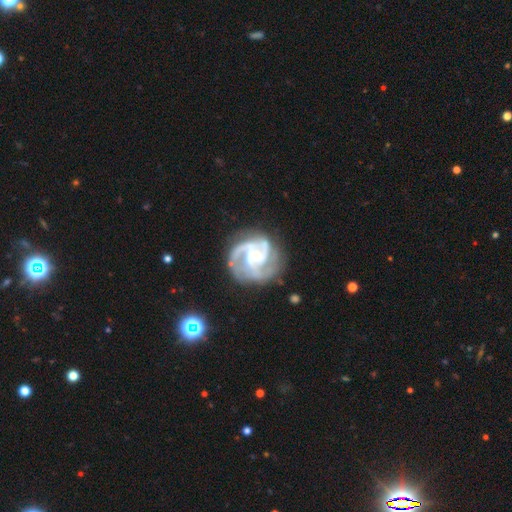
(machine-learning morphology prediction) Overall: featured or disk (88%). Edge-on disk: no (98%). Bar: no (56%; weak 33%). Spiral arms: yes (96%). Spiral arm count: 3 (45%; 2 28%). Spiral winding: medium (49%; tight 37%). Bulge size: small (56%; moderate 39%). Merging: none (60%; minor disturbance 20%).